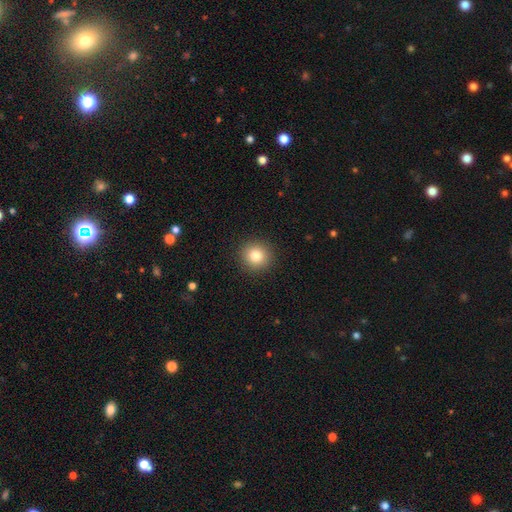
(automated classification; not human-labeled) A smooth galaxy with no disk features (82%) that is round (93%).

Vote fractions:
- Smooth or featured? smooth: 82% / star or artifact: 11% / featured or disk: 7%
- How rounded? round: 93% / in between: 6% / cigar-shaped: 1%
- Merging? none: 92% / minor disturbance: 5% / major disturbance: 2% / merger: 1%